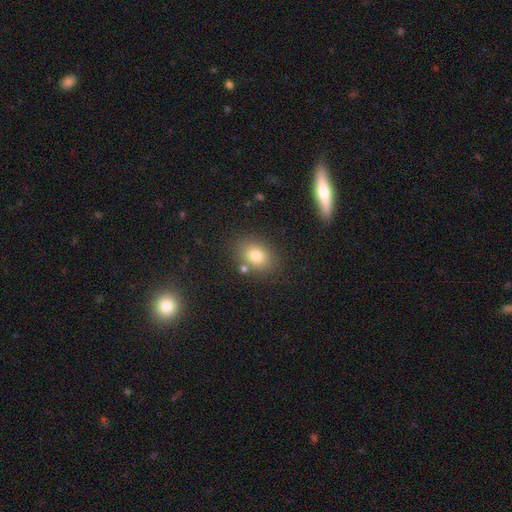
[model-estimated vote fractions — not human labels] Smooth or featured? Predicted: smooth (p=0.79). How rounded? Predicted: in between (p=0.63). Merging? Predicted: none (p=0.78).